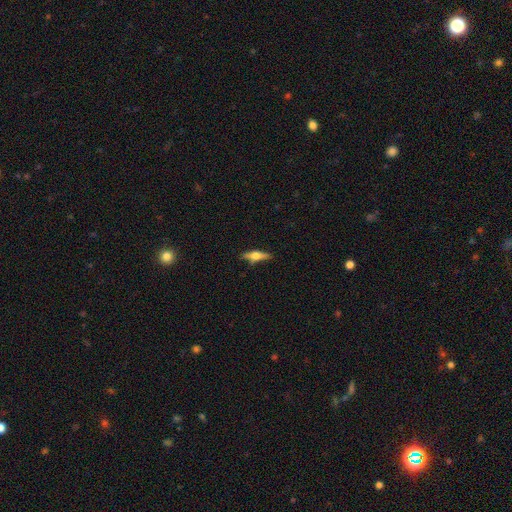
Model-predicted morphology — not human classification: Smooth or featured?
  - featured or disk: 55% *
  - smooth: 38%
  - star or artifact: 7%
Edge-on disk?
  - yes: 94% *
  - no: 6%
Edge-on bulge?
  - rounded: 91% *
  - boxy: 6%
  - none: 3%
Merging?
  - none: 83% *
  - minor disturbance: 13%
  - major disturbance: 3%
  - merger: 2%